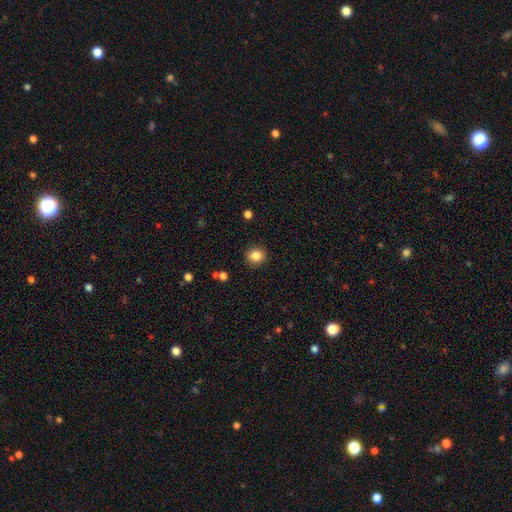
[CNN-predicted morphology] A smooth galaxy with no disk features (85%) that is round (81%).

Vote fractions:
- Smooth or featured? smooth: 85% / star or artifact: 10% / featured or disk: 5%
- How rounded? round: 81% / in between: 18% / cigar-shaped: 1%
- Merging? none: 90% / minor disturbance: 7% / major disturbance: 2% / merger: 1%